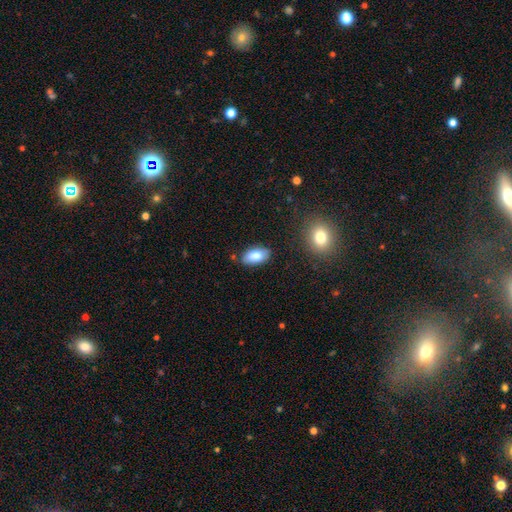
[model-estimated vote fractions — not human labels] Q: Smooth or featured?
A: smooth (81%); runner-up: featured or disk (12%)
Q: How rounded?
A: in between (93%); runner-up: round (4%)
Q: Merging?
A: none (81%); runner-up: minor disturbance (14%)